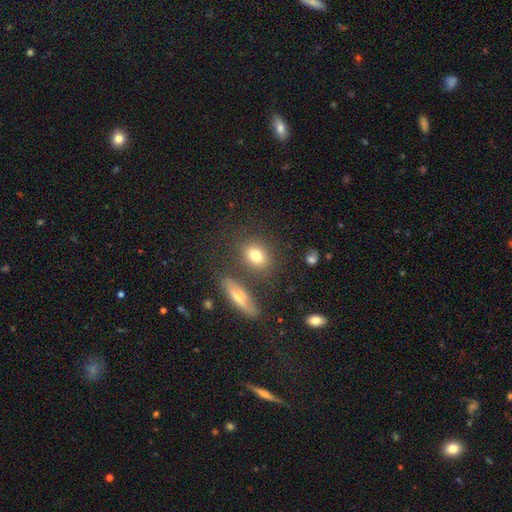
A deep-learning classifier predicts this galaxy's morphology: smooth 77%, featured or disk 12%, star or artifact 10%. Down the decision tree: how rounded — in between (57%); merging — none (76%).